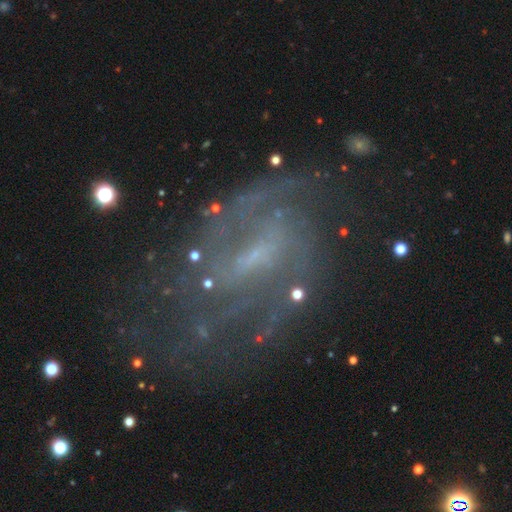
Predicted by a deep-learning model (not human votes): Q: Smooth or featured?
A: featured or disk (82%); runner-up: star or artifact (10%)
Q: Edge-on disk?
A: no (96%); runner-up: yes (4%)
Q: Bar?
A: weak (52%); runner-up: strong (26%)
Q: Spiral arms?
A: yes (87%); runner-up: no (13%)
Q: Spiral winding?
A: medium (44%); runner-up: tight (33%)
Q: Spiral arm count?
A: 2 (43%); runner-up: can't tell (33%)
Q: Bulge size?
A: small (48%); runner-up: none (31%)
Q: Merging?
A: none (60%); runner-up: minor disturbance (20%)